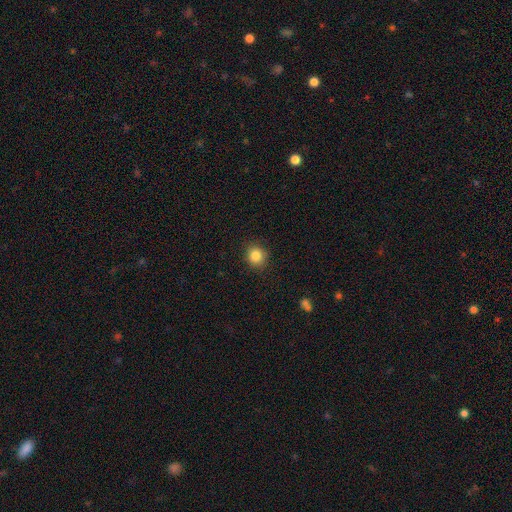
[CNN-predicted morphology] Smooth or featured: smooth — 85% (star or artifact — 10%)
How rounded: round — 85% (in between — 14%)
Merging: none — 89% (minor disturbance — 8%)